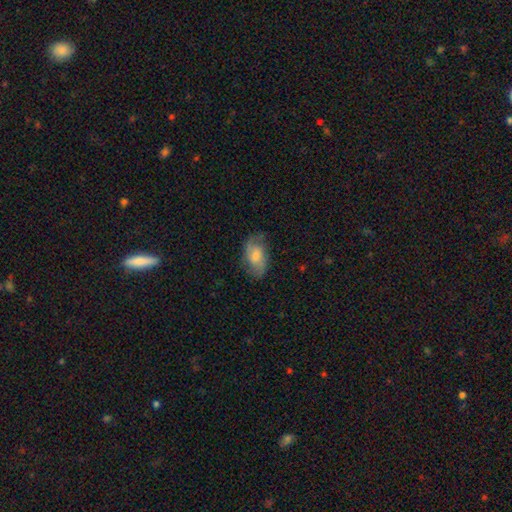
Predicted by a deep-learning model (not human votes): Smooth or featured? smooth (55%)
How rounded? in between (90%)
Merging? none (67%)